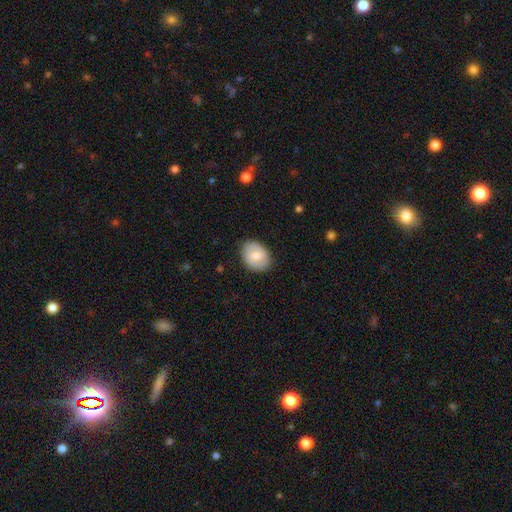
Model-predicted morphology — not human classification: Smooth or featured? smooth (63%)
How rounded? in between (62%)
Merging? none (84%)